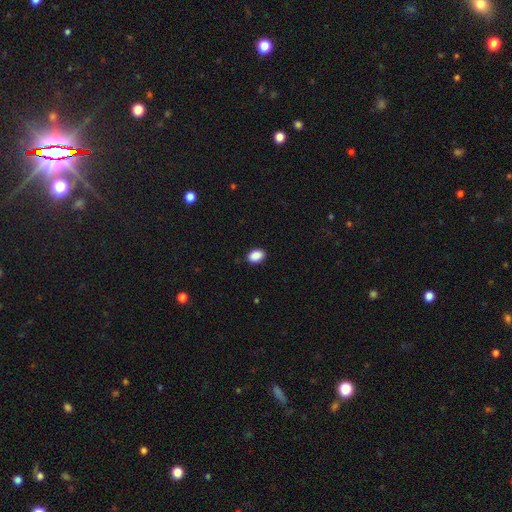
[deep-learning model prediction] This appears to be a smooth galaxy with no disk features (90%) that is in between round and cigar-shaped (85%). Merging: none (88%).